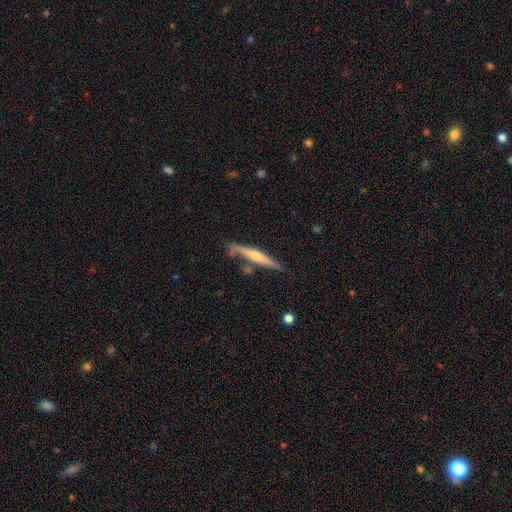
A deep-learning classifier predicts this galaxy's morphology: This is likely a featured or disk galaxy (66%). It is clearly viewed edge-on (96%). Edge-on bulge: likely rounded (76%). Merging: likely none (76%).